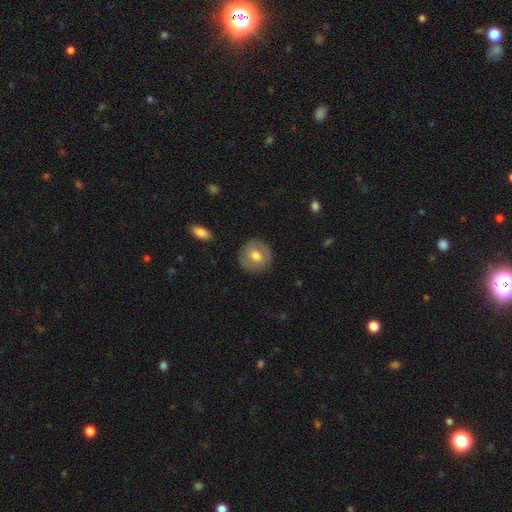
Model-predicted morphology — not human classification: smooth 63%, featured or disk 30%, star or artifact 7%. Down the decision tree: how rounded — round (89%); merging — none (87%).